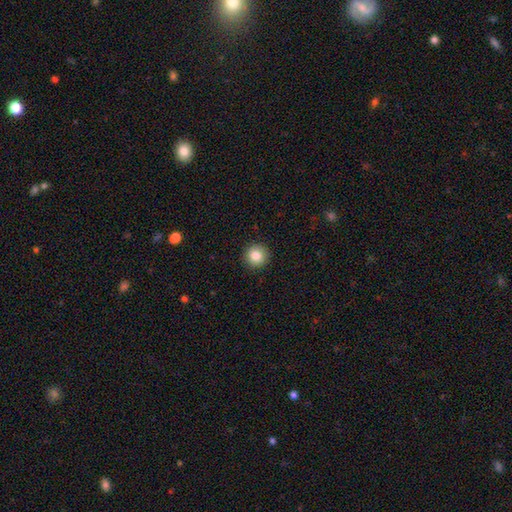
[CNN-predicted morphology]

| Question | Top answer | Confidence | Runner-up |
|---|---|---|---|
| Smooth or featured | smooth | 84% | star or artifact (9%) |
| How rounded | round | 95% | in between (4%) |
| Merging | none | 92% | minor disturbance (5%) |